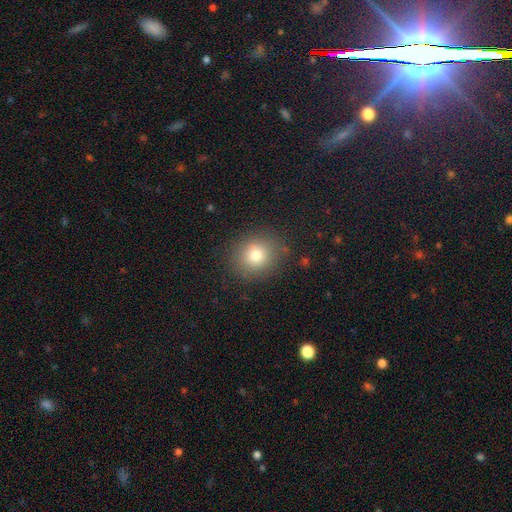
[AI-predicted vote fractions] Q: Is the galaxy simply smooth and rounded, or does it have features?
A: smooth — 78%.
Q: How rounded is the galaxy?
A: round — 81%.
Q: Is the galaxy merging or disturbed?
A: none — 85%.